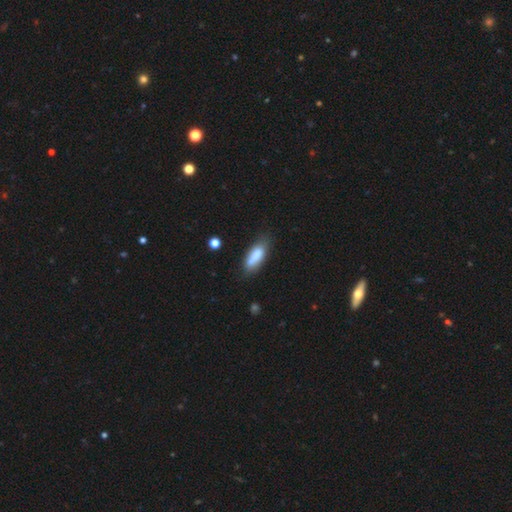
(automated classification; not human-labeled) This appears to be a smooth galaxy with no disk features (79%) that is in between round and cigar-shaped (64%). Merging: none (60%).